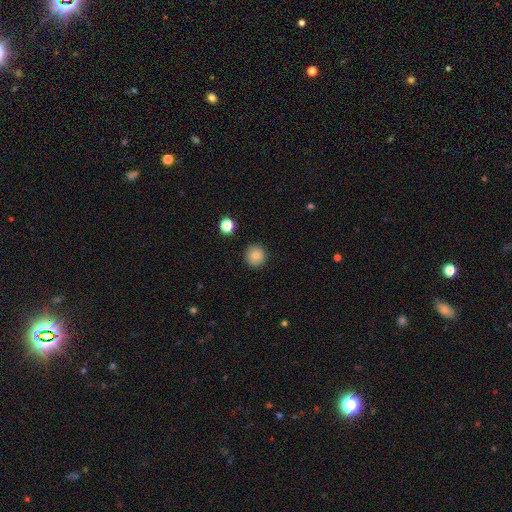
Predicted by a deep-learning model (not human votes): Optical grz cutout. It shows a smooth galaxy with no disk features (83%) that is round (93%). Merging: none (91%).